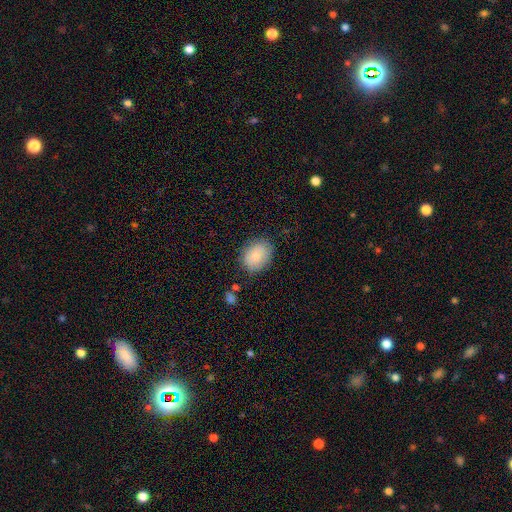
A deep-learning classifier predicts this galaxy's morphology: Smooth or featured? Predicted: smooth (p=0.83). How rounded? Predicted: in between (p=0.58). Merging? Predicted: none (p=0.79).